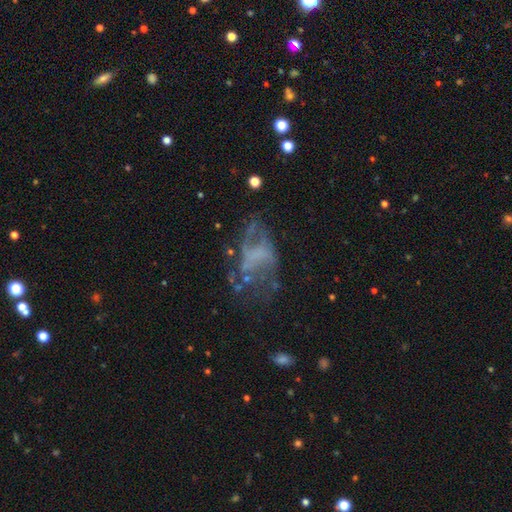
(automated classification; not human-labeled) Overall: featured or disk (62%). Edge-on disk: no (97%). Bar: no (70%). Spiral arms: no (64%; yes 36%). Bulge size: none (74%). Merging: major disturbance (40%; none 35%).